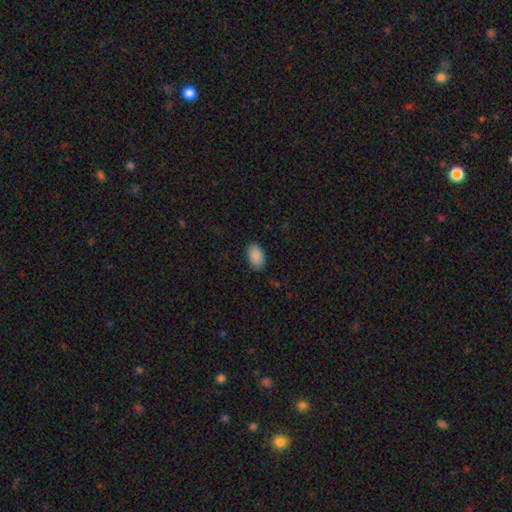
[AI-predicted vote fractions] This is clearly a smooth galaxy (90%). How rounded: clearly in between (92%). Merging: clearly none (86%).